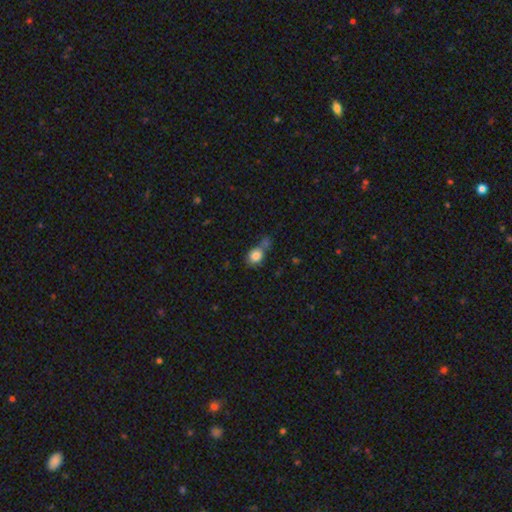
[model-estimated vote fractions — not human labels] smooth-or-featured: smooth: 82% | star or artifact: 9% | featured or disk: 8%
  how-rounded: round: 52% | in between: 47% | cigar-shaped: 2%
  merging: none: 44% | merger: 25% | minor disturbance: 21% | major disturbance: 10%